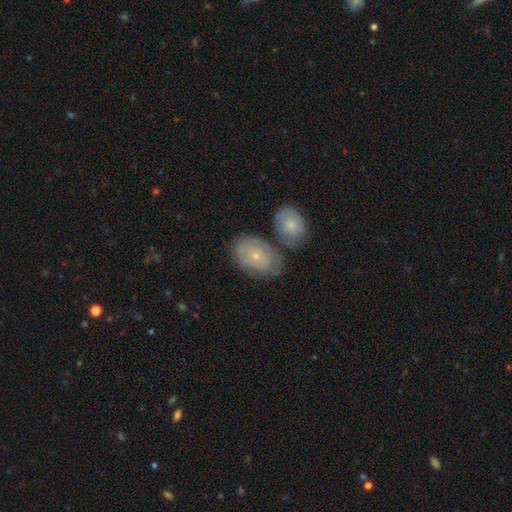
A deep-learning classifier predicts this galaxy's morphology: Smooth or featured? smooth (57%)
How rounded? in between (84%)
Merging? none (52%)